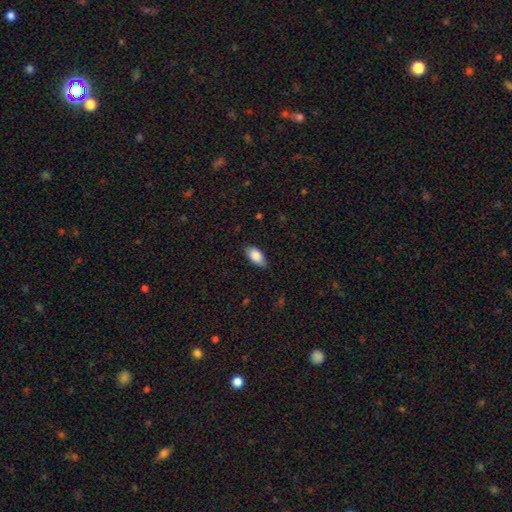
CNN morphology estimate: Smooth or featured?
  - smooth: 86% *
  - featured or disk: 7%
  - star or artifact: 6%
How rounded?
  - in between: 93% *
  - cigar-shaped: 5%
  - round: 2%
Merging?
  - none: 81% *
  - minor disturbance: 15%
  - major disturbance: 3%
  - merger: 1%